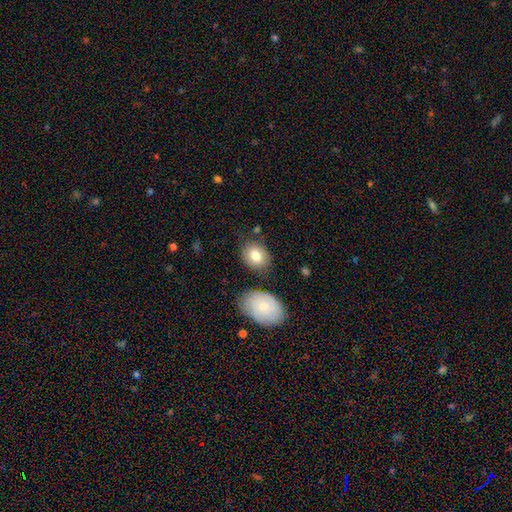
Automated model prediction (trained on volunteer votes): Morphology: type=smooth (80%); roundness=in between (63%); merging=none (73%).